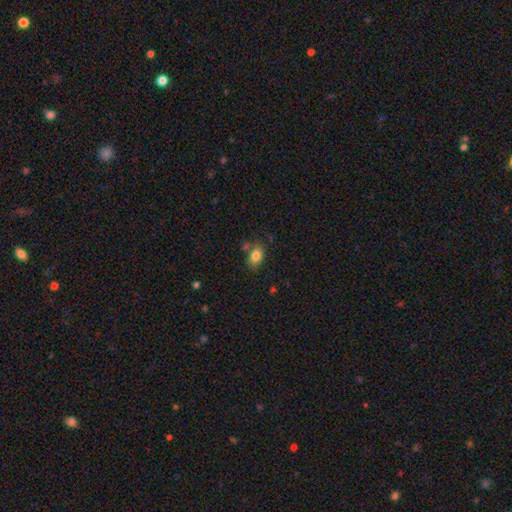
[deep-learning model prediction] Smooth or featured: smooth — 81% (featured or disk — 9%)
How rounded: in between — 80% (round — 18%)
Merging: none — 62% (minor disturbance — 21%)